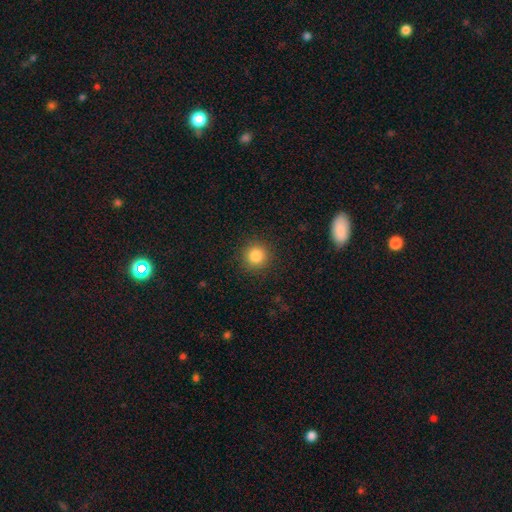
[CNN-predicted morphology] A smooth galaxy with no disk features (84%) that is round (94%). Merging: none (91%).